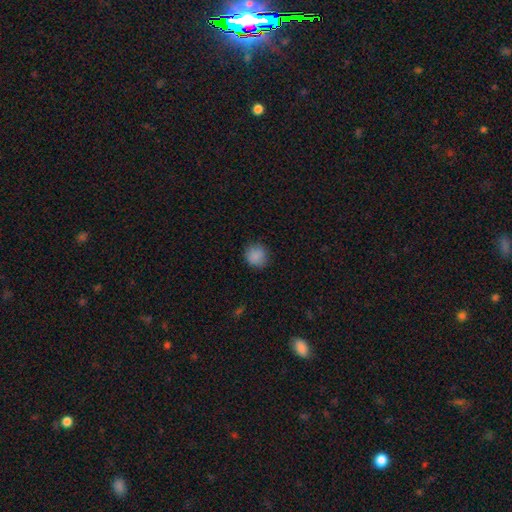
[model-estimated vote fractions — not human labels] Q: Smooth or featured?
A: smooth (86%); runner-up: star or artifact (10%)
Q: How rounded?
A: round (89%); runner-up: in between (10%)
Q: Merging?
A: none (85%); runner-up: minor disturbance (11%)